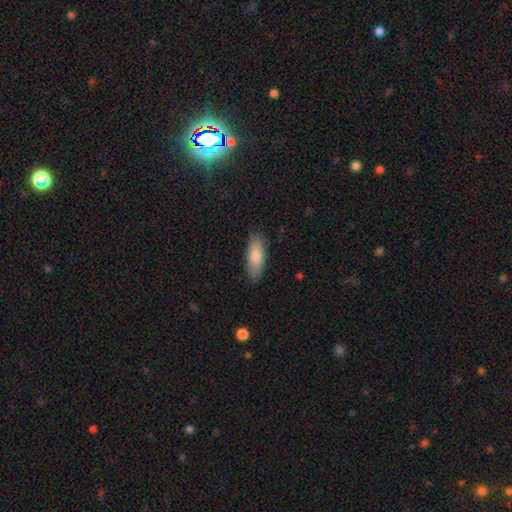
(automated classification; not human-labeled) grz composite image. It shows a smooth galaxy with no disk features (82%) that is in between round and cigar-shaped (70%). Merging: none (84%).